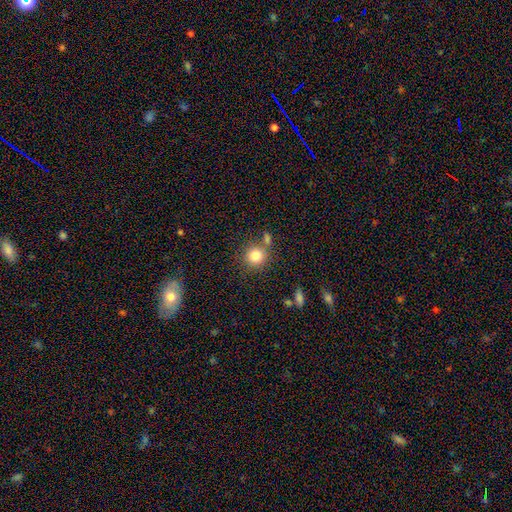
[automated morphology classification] Overall: smooth (81%). How rounded: round (91%). Merging: none (70%).